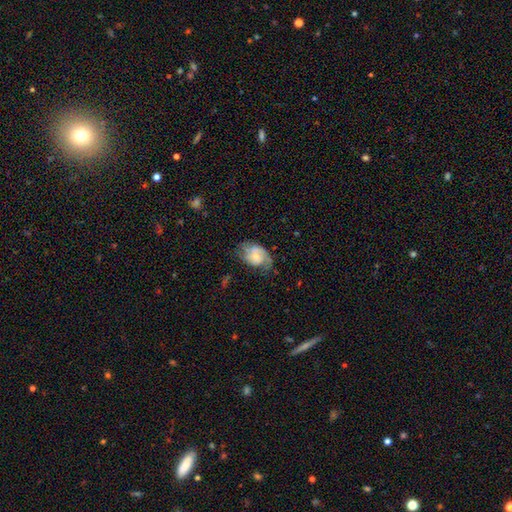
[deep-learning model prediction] A featured or disk galaxy (56%) with no bar (62%), spiral arms (82%) and a small central bulge (52%).

Vote fractions:
- Smooth or featured? featured or disk: 56% / smooth: 36% / star or artifact: 8%
- Edge-on disk? no: 97% / yes: 3%
- Bar? no: 62% / weak: 32% / strong: 6%
- Spiral arms? yes: 82% / no: 18%
- Bulge size? small: 52% / moderate: 31% / none: 10% / large: 5% / dominant: 2%
- Merging? none: 50% / minor disturbance: 29% / major disturbance: 19% / merger: 2%